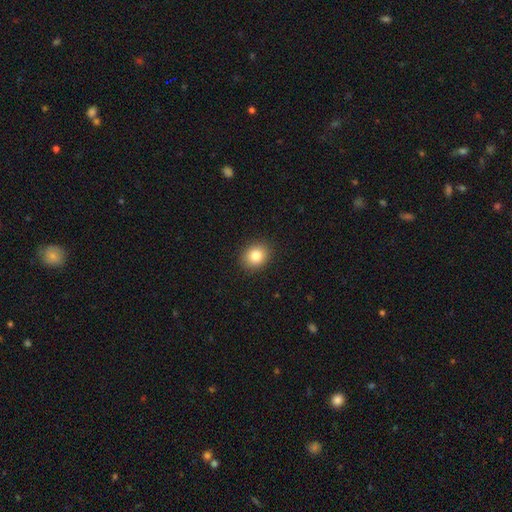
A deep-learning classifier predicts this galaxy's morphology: A smooth galaxy with no disk features (84%) that is round (64%).

Vote fractions:
- Smooth or featured? smooth: 84% / star or artifact: 9% / featured or disk: 7%
- How rounded? round: 64% / in between: 36% / cigar-shaped: 1%
- Merging? none: 90% / minor disturbance: 7% / major disturbance: 2% / merger: 1%